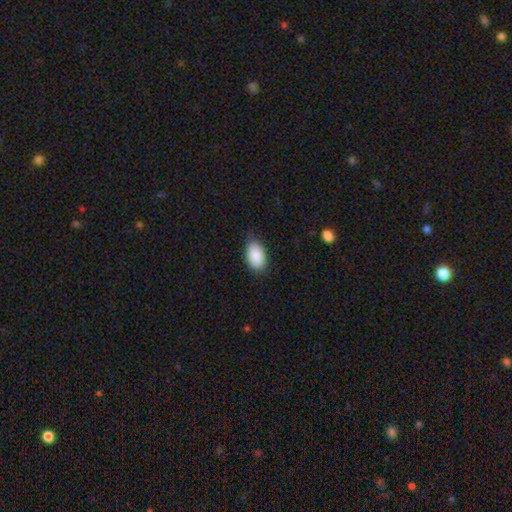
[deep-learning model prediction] This appears to be a smooth galaxy with no disk features (89%) that is in between round and cigar-shaped (93%). Merging: none (80%).